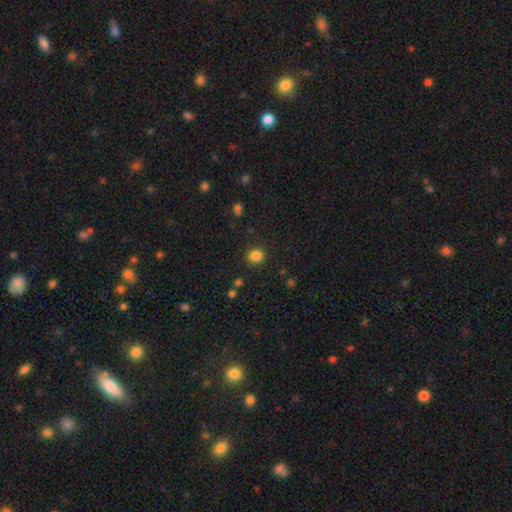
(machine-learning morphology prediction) Smooth or featured: smooth — 84% (star or artifact — 12%)
How rounded: round — 82% (in between — 17%)
Merging: none — 87% (minor disturbance — 8%)